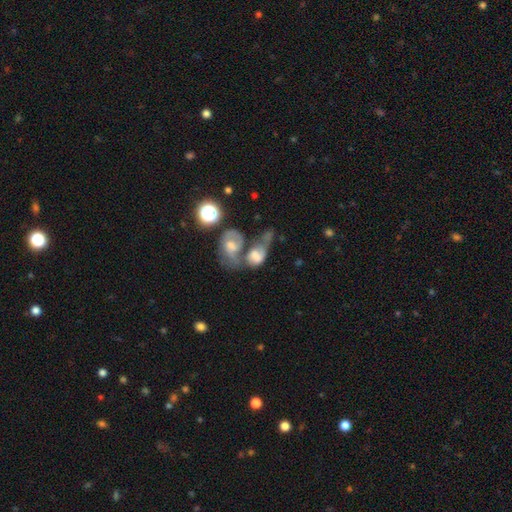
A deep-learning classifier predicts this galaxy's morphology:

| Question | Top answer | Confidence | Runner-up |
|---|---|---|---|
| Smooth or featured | smooth | 45% | featured or disk (43%) |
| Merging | merger | 64% | major disturbance (16%) |